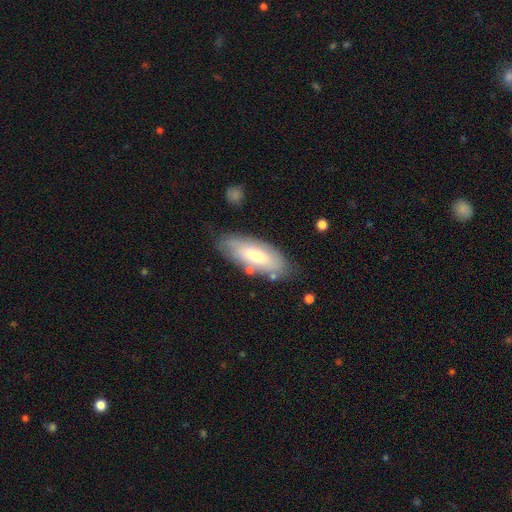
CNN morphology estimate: smooth 60%, featured or disk 34%, star or artifact 6%. Down the decision tree: how rounded — in between (76%); merging — none (76%).